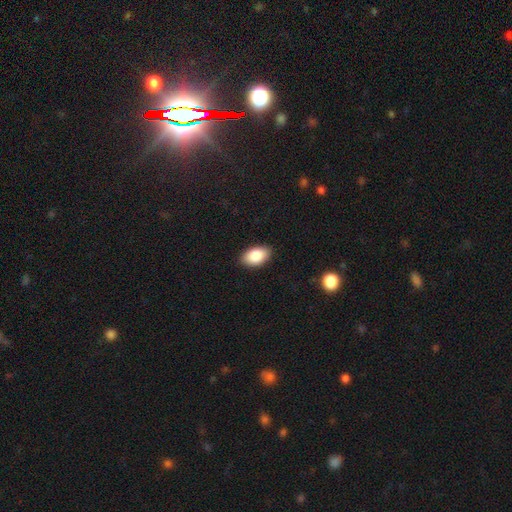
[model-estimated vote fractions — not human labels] A smooth galaxy with no disk features (88%) that is in between round and cigar-shaped (93%). Merging: none (88%).